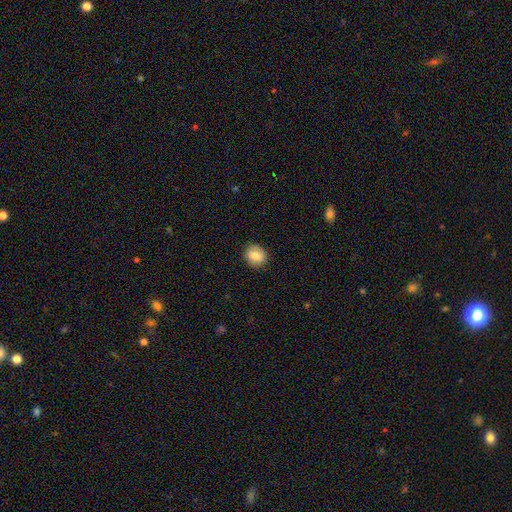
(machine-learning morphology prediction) Q: Smooth or featured?
A: smooth (79%); runner-up: featured or disk (12%)
Q: How rounded?
A: round (72%); runner-up: in between (27%)
Q: Merging?
A: none (86%); runner-up: minor disturbance (11%)